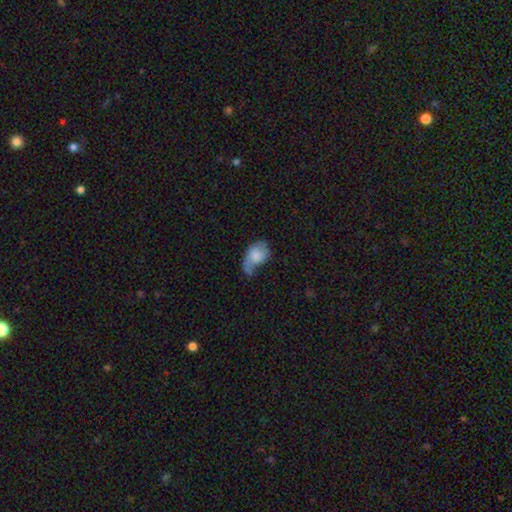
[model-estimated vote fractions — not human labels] The model was most divided on "merging": major disturbance: 36%, minor disturbance: 34%, none: 24%, merger: 6%. More confident: how rounded — in between (83%); smooth or featured — smooth (59%).